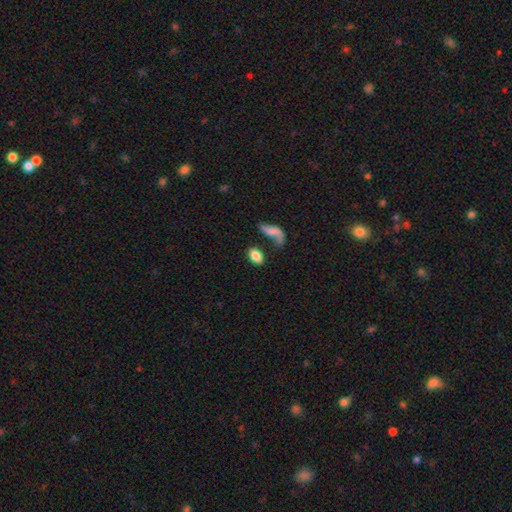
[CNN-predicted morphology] Smooth or featured? smooth (81%)
How rounded? in between (90%)
Merging? none (59%)